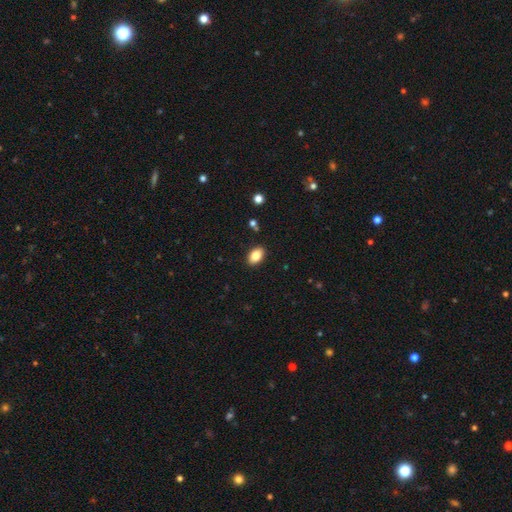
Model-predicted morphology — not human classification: Overall: smooth (83%). How rounded: in between (89%). Merging: none (89%).